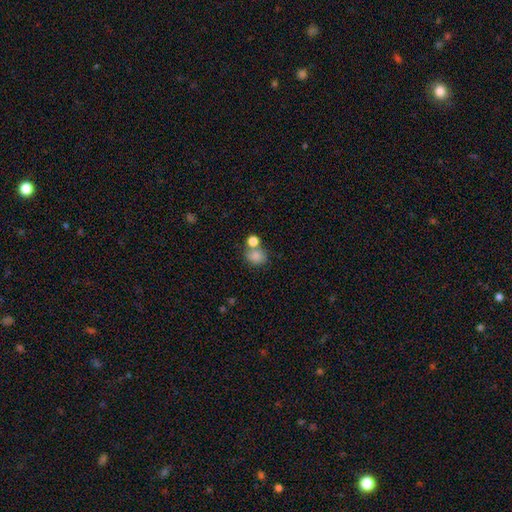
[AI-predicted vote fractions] smooth 82%, star or artifact 11%, featured or disk 7%. Down the decision tree: how rounded — round (65%); merging — none (50%).